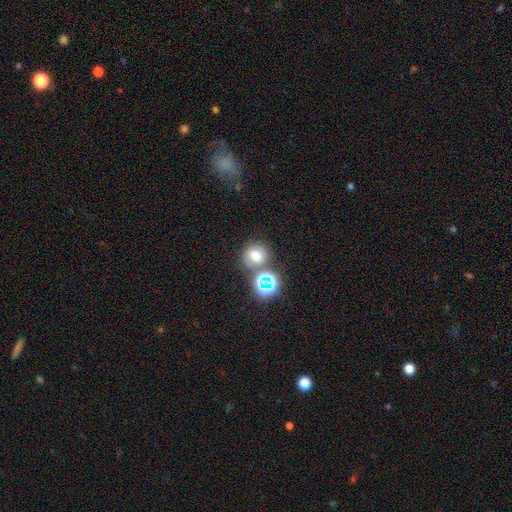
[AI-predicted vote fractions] This appears to be a smooth galaxy with no disk features (61%) that is round (85%). Merging: none (63%).